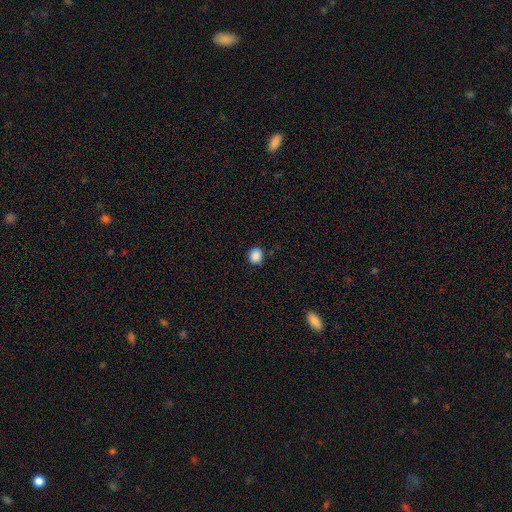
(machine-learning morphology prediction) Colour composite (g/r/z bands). It shows a smooth galaxy with no disk features (88%) that is round (87%). Merging: none (87%).